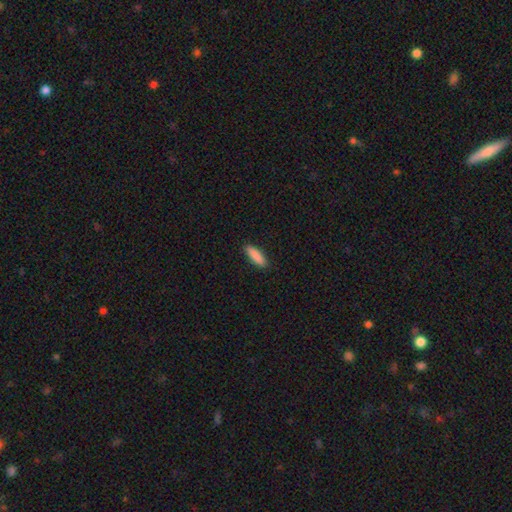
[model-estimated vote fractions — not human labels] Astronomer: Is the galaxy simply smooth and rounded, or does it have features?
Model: smooth — 89%.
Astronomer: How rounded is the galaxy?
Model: cigar-shaped — 62%.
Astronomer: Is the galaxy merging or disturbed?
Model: none — 89%.